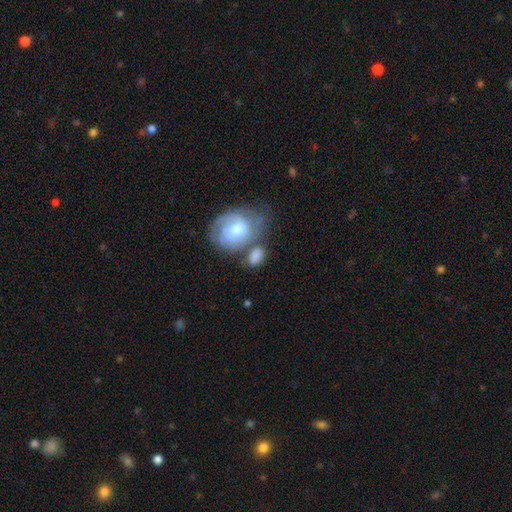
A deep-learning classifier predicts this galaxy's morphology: Overall: smooth (70%). How rounded: in between (78%). Merging: none (43%; merger 26%).